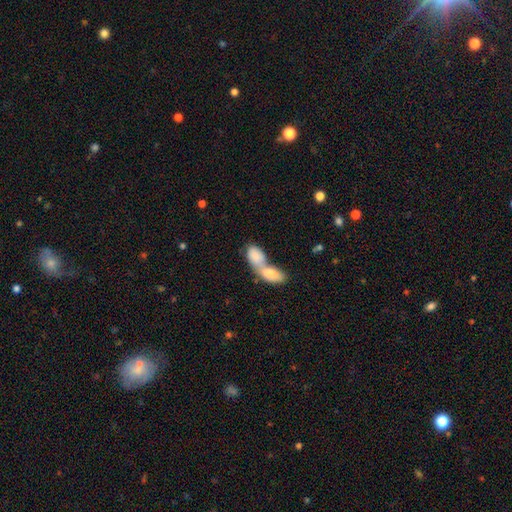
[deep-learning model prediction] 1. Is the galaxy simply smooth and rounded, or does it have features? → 81% smooth, 13% featured or disk, 6% star or artifact.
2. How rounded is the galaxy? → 88% in between, 7% round, 5% cigar-shaped.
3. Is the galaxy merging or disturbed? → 81% merger, 11% none, 4% minor disturbance, 4% major disturbance.